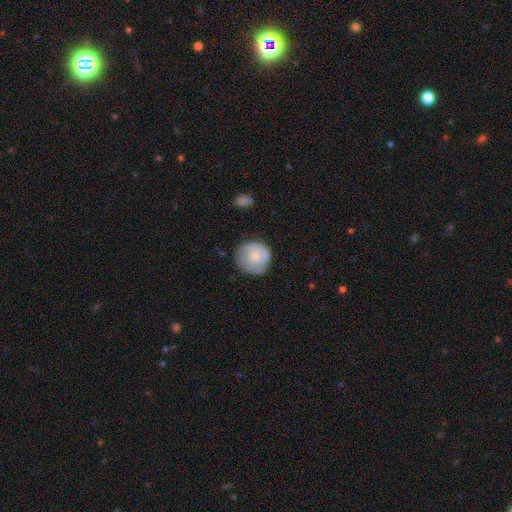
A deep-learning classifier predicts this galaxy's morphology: Q: Smooth or featured?
A: smooth (68%); runner-up: featured or disk (26%)
Q: How rounded?
A: round (91%); runner-up: in between (8%)
Q: Merging?
A: none (66%); runner-up: minor disturbance (25%)